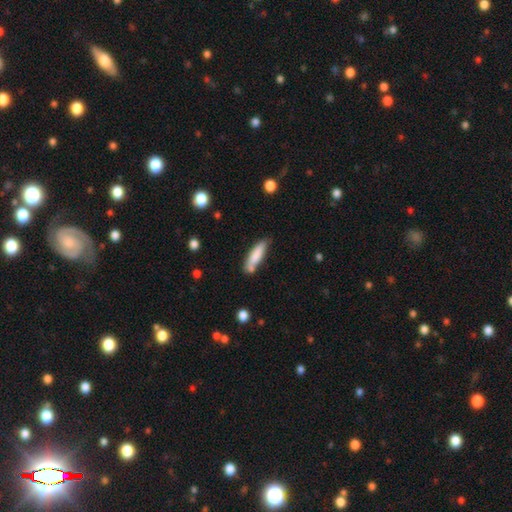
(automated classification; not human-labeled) The model was most divided on "how rounded": cigar-shaped: 70%, in between: 28%, round: 1%. More confident: smooth or featured — smooth (80%); merging — none (66%).